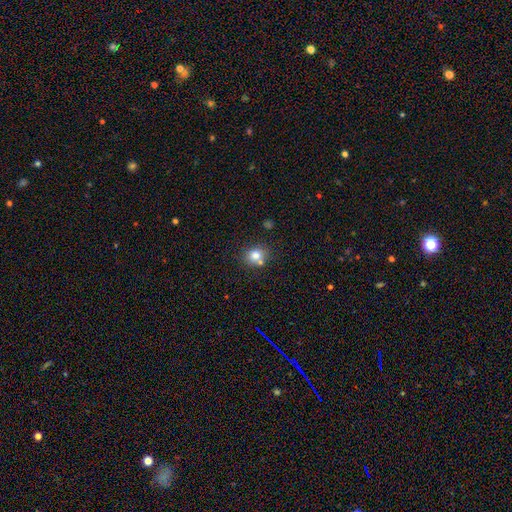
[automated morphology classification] Smooth or featured? Predicted: smooth (p=0.77). How rounded? Predicted: round (p=0.74). Merging? Predicted: none (p=0.68).